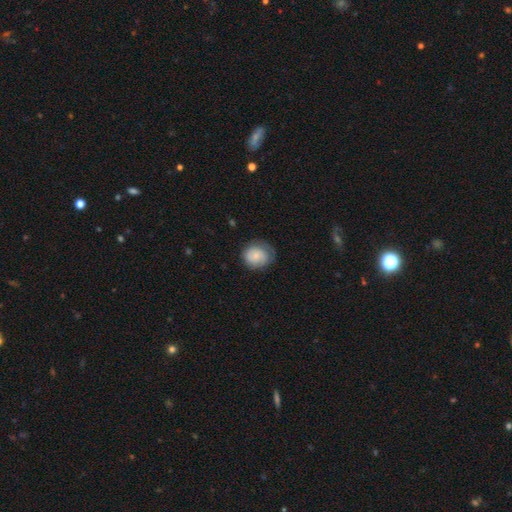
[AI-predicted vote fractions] This appears to be a smooth galaxy with no disk features (73%) that is round (78%). Merging: none (62%).